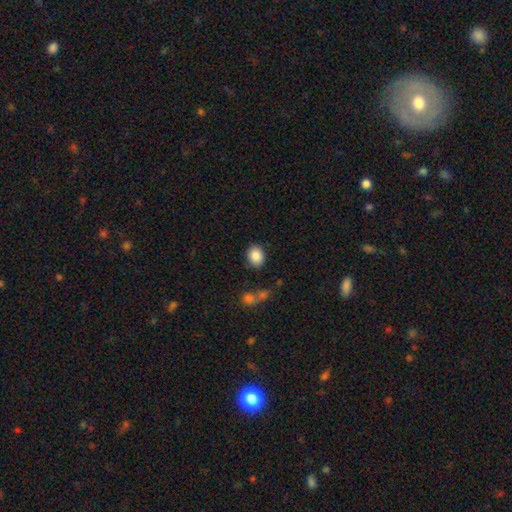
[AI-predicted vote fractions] This appears to be a smooth galaxy with no disk features (87%) that is round (52%). Merging: none (83%).